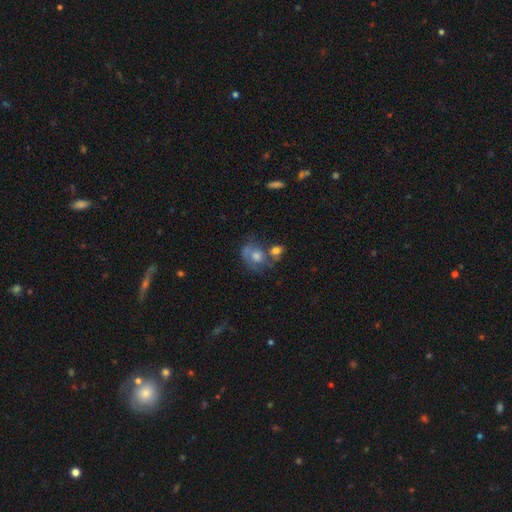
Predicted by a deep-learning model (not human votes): This appears to be a smooth galaxy with no disk features (46%). Merging: none (35%).